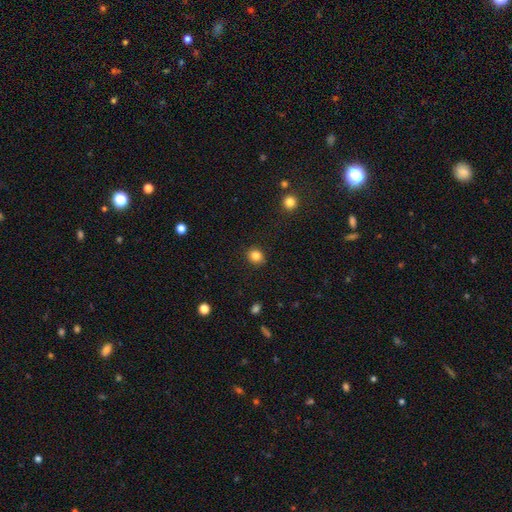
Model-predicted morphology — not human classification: Smooth or featured?
  - smooth: 84% *
  - star or artifact: 11%
  - featured or disk: 5%
How rounded?
  - round: 75% *
  - in between: 24%
  - cigar-shaped: 1%
Merging?
  - none: 89% *
  - minor disturbance: 8%
  - major disturbance: 2%
  - merger: 1%